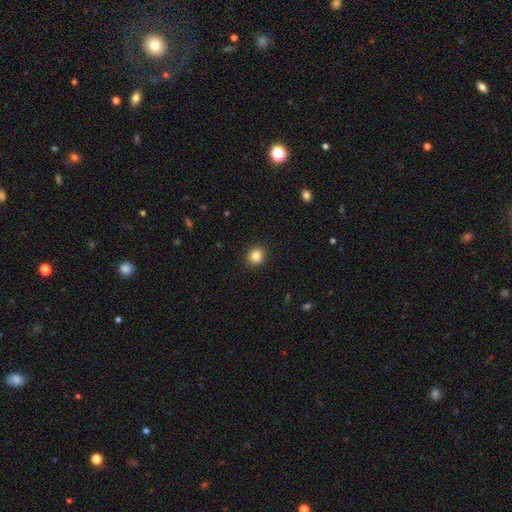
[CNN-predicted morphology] The model was most divided on "how rounded": round: 79%, in between: 20%, cigar-shaped: 1%. More confident: merging — none (90%); smooth or featured — smooth (85%).